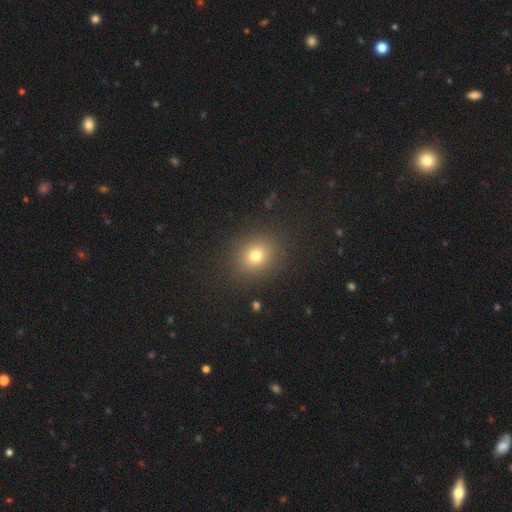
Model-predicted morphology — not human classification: Smooth or featured? smooth (76%)
How rounded? round (69%)
Merging? none (88%)